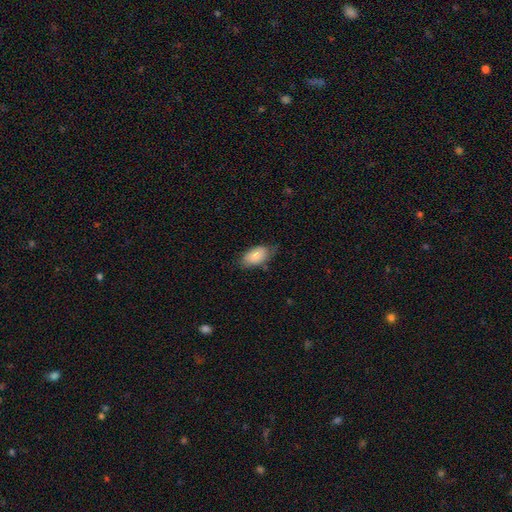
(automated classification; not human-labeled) The model was most divided on "merging": none: 66%, minor disturbance: 27%, major disturbance: 6%, merger: 2%. More confident: how rounded — in between (93%); smooth or featured — smooth (85%).